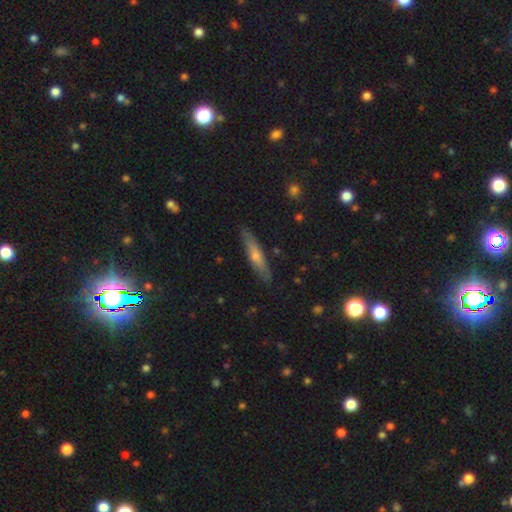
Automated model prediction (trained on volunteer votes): Smooth or featured?
  - smooth: 48% *
  - featured or disk: 45%
  - star or artifact: 6%
Merging?
  - none: 86% *
  - minor disturbance: 11%
  - major disturbance: 2%
  - merger: 1%